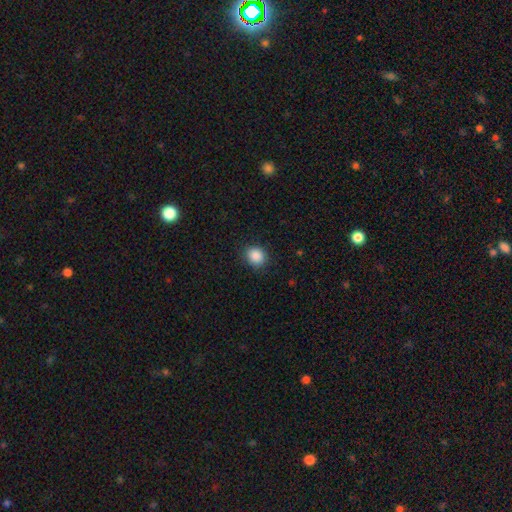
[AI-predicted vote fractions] Smooth or featured?
  - smooth: 88% *
  - star or artifact: 9%
  - featured or disk: 3%
How rounded?
  - round: 72% *
  - in between: 27%
  - cigar-shaped: 1%
Merging?
  - none: 88% *
  - minor disturbance: 9%
  - major disturbance: 3%
  - merger: 1%